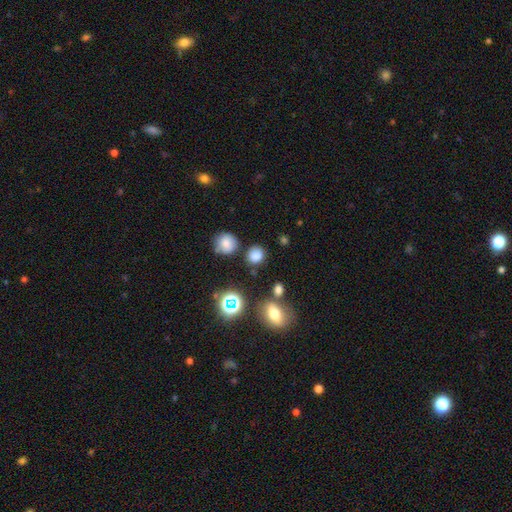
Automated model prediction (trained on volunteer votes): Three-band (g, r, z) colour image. It shows a smooth galaxy with no disk features (76%) that is round (78%). Merging: none (78%).